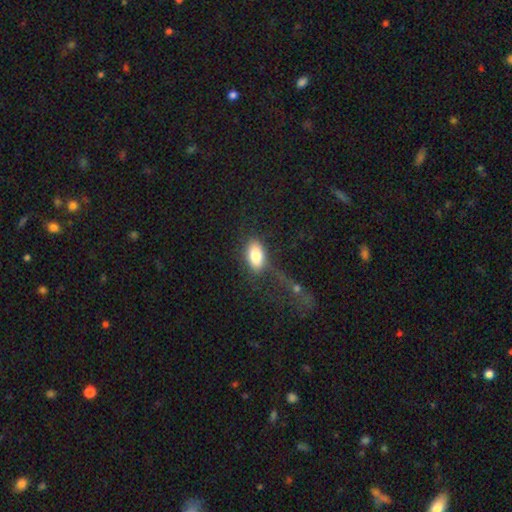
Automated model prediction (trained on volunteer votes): Smooth or featured?
  - smooth: 81% *
  - featured or disk: 12%
  - star or artifact: 7%
How rounded?
  - in between: 90% *
  - round: 6%
  - cigar-shaped: 4%
Merging?
  - none: 63% *
  - minor disturbance: 17%
  - major disturbance: 15%
  - merger: 5%